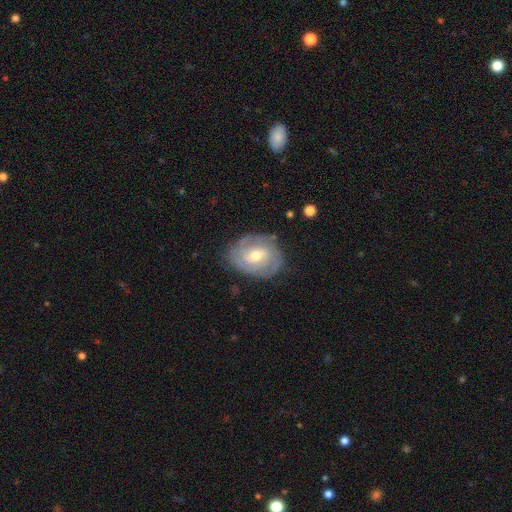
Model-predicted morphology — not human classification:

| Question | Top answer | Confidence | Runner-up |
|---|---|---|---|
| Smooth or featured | featured or disk | 81% | smooth (13%) |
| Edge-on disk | no | 97% | yes (3%) |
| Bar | weak | 51% | no (34%) |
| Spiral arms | yes | 93% | no (7%) |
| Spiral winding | tight | 61% | medium (31%) |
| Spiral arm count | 2 | 31% | can't tell (27%) |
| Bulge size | moderate | 63% | small (33%) |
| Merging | none | 76% | minor disturbance (17%) |